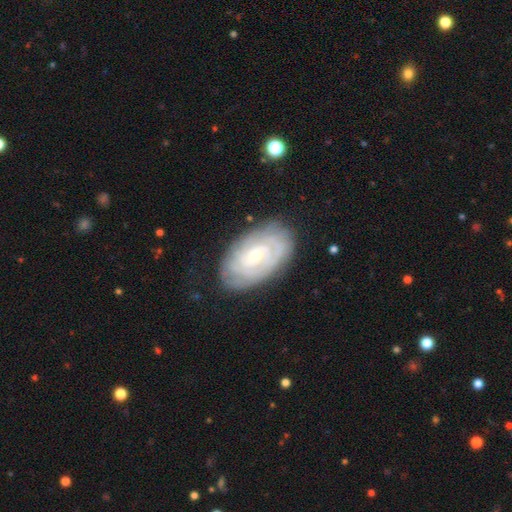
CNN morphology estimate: Smooth or featured? featured or disk (76%)
Edge-on disk? no (95%)
Bar? no (61%)
Spiral arms? yes (89%)
Spiral winding? tight (78%)
Spiral arm count? can't tell (51%)
Bulge size? small (65%)
Merging? none (79%)